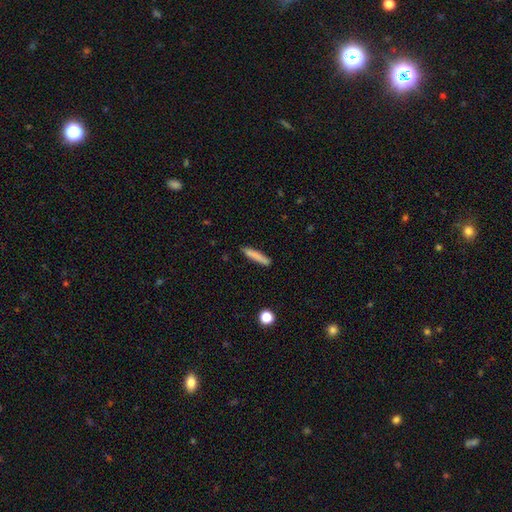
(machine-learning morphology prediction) smooth-or-featured: smooth: 81% | featured or disk: 12% | star or artifact: 7%
  how-rounded: cigar-shaped: 91% | in between: 8% | round: 1%
  merging: none: 85% | minor disturbance: 11% | major disturbance: 2% | merger: 2%